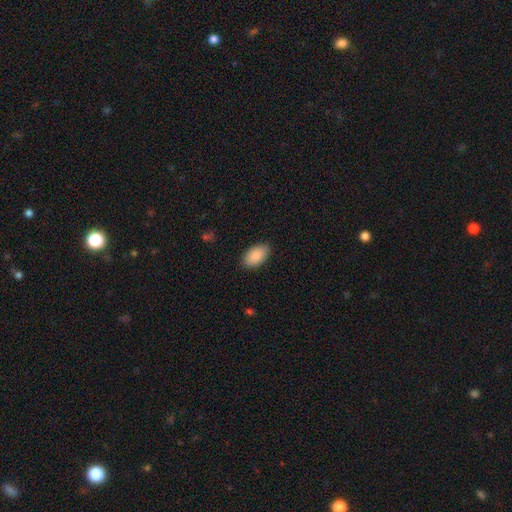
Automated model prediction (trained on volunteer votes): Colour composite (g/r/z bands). It shows a smooth galaxy with no disk features (86%) that is in between round and cigar-shaped (95%). Merging: none (88%).